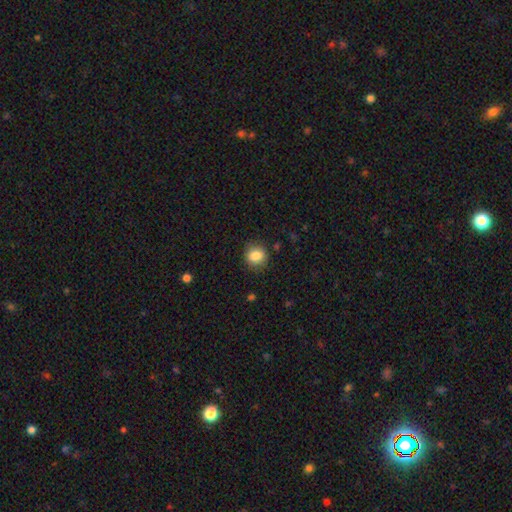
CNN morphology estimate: This is clearly a smooth galaxy (85%). How rounded: likely round (80%). Merging: clearly none (85%).